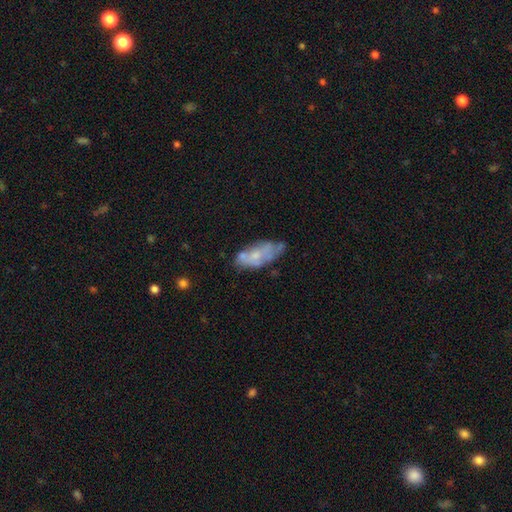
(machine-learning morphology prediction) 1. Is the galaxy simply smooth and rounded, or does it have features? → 48% featured or disk, 44% smooth, 8% star or artifact.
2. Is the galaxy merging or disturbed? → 46% none, 28% minor disturbance, 14% major disturbance, 12% merger.